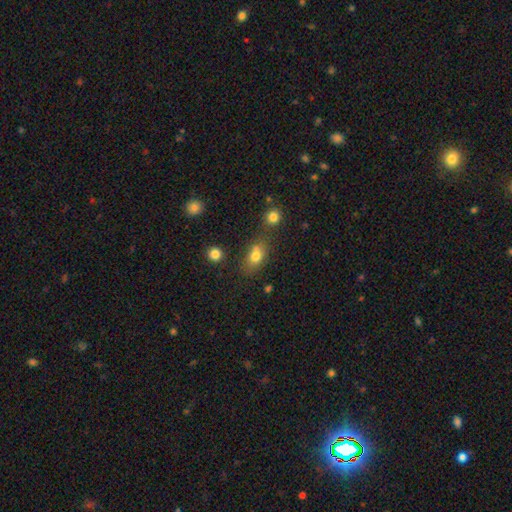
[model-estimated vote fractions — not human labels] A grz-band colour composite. It shows a smooth galaxy with no disk features (78%) that is in between round and cigar-shaped (72%). Merging: none (57%).